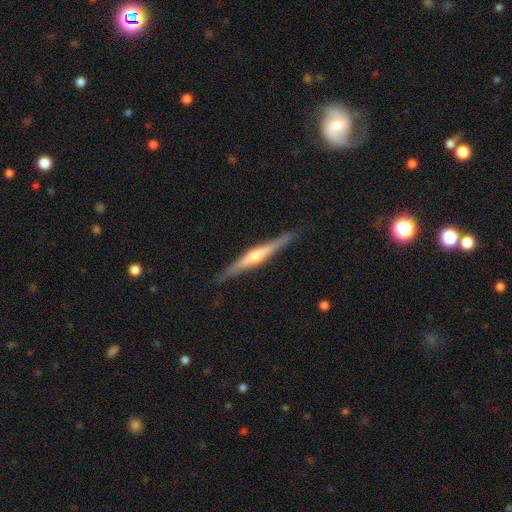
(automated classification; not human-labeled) Overall: featured or disk (71%). Edge-on disk: yes (97%). Edge-on bulge: rounded (74%). Merging: none (88%).